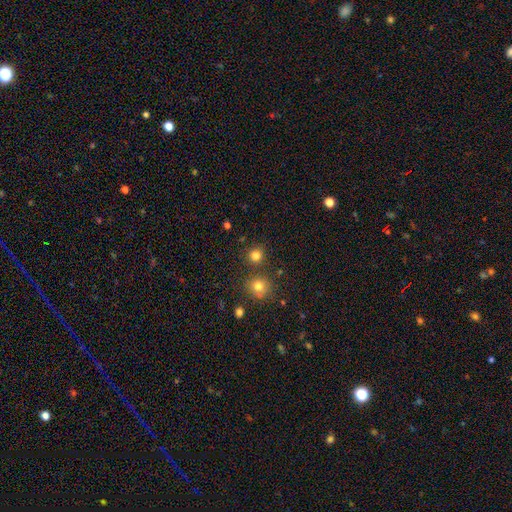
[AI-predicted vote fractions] This appears to be a smooth galaxy with no disk features (81%) that is round (90%). Merging: none (83%).